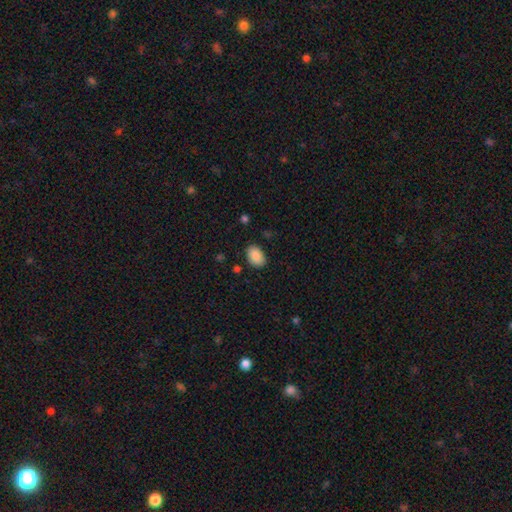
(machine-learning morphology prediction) A smooth galaxy with no disk features (87%) that is in between round and cigar-shaped (85%).

Vote fractions:
- Smooth or featured? smooth: 87% / star or artifact: 7% / featured or disk: 6%
- How rounded? in between: 85% / round: 14% / cigar-shaped: 1%
- Merging? none: 86% / minor disturbance: 11% / major disturbance: 2% / merger: 1%